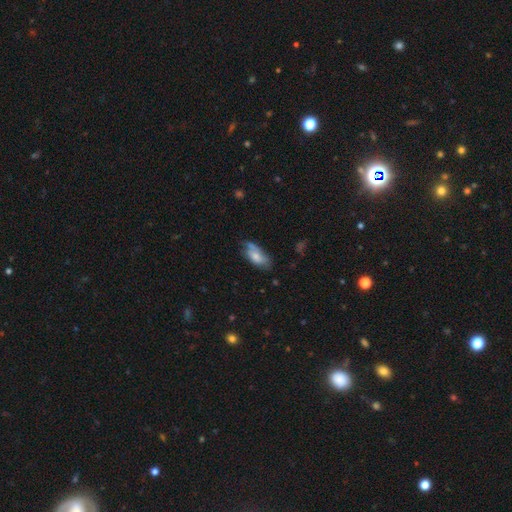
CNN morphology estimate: A smooth galaxy with no disk features (63%) that is in between round and cigar-shaped (86%).

Vote fractions:
- Smooth or featured? smooth: 63% / featured or disk: 29% / star or artifact: 8%
- How rounded? in between: 86% / cigar-shaped: 11% / round: 3%
- Merging? none: 45% / minor disturbance: 34% / major disturbance: 16% / merger: 6%